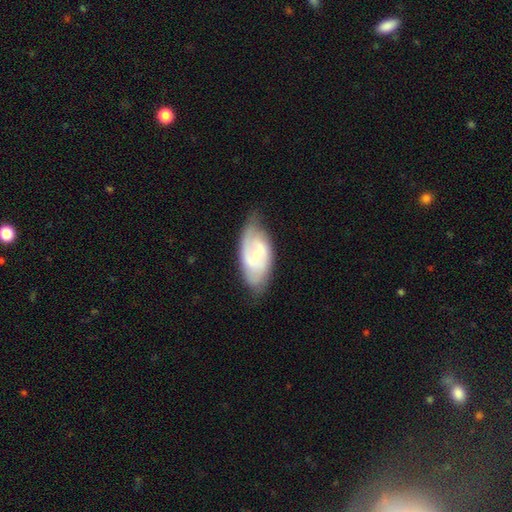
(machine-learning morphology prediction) Q: Smooth or featured?
A: featured or disk (66%); runner-up: smooth (28%)
Q: Edge-on disk?
A: no (94%); runner-up: yes (6%)
Q: Bar?
A: weak (48%); runner-up: no (39%)
Q: Spiral arms?
A: yes (83%); runner-up: no (17%)
Q: Spiral winding?
A: tight (42%); tied with: medium (42%)
Q: Spiral arm count?
A: 2 (59%); runner-up: can't tell (26%)
Q: Bulge size?
A: small (57%); runner-up: moderate (33%)
Q: Merging?
A: none (61%); runner-up: minor disturbance (28%)